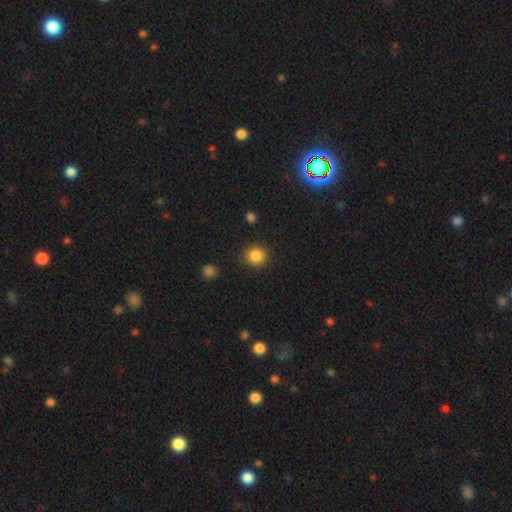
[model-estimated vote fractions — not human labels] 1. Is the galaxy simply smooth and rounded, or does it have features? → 86% smooth, 10% star or artifact, 4% featured or disk.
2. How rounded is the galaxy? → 91% round, 8% in between, 1% cigar-shaped.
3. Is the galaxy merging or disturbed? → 90% none, 6% minor disturbance, 2% major disturbance, 2% merger.